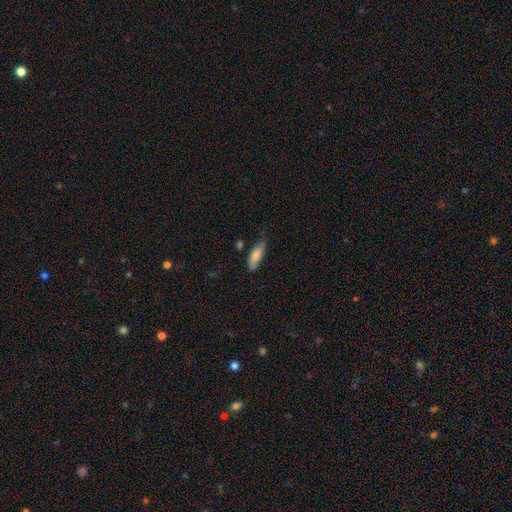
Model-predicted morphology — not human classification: Smooth or featured? smooth (81%)
How rounded? in between (60%)
Merging? none (59%)